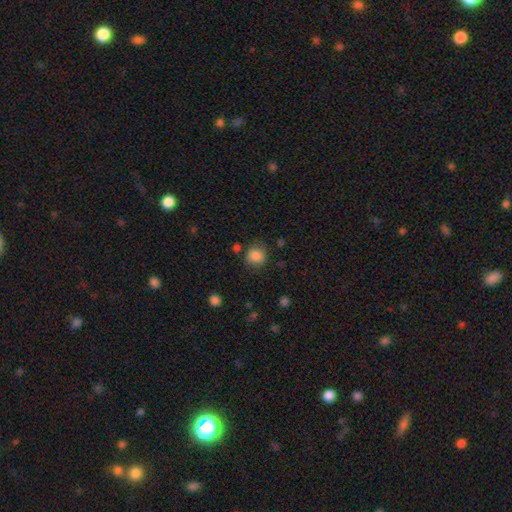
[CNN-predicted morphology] Smooth or featured? Predicted: smooth (p=0.84). How rounded? Predicted: round (p=0.83). Merging? Predicted: none (p=0.74).